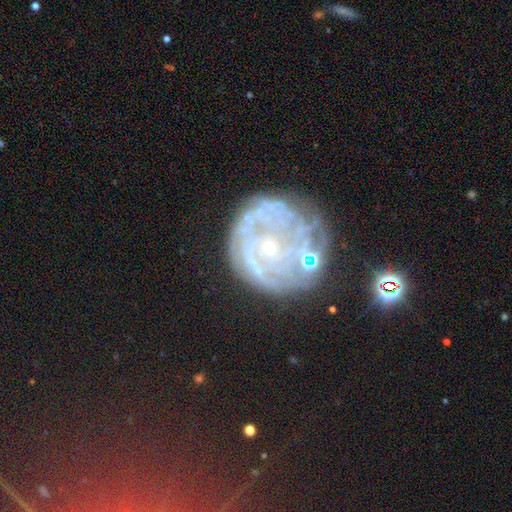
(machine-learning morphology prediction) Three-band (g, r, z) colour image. It shows a featured or disk galaxy (66%) with no bar (72%), spiral arms (78%) and a small central bulge (77%). Merging: none (55%).